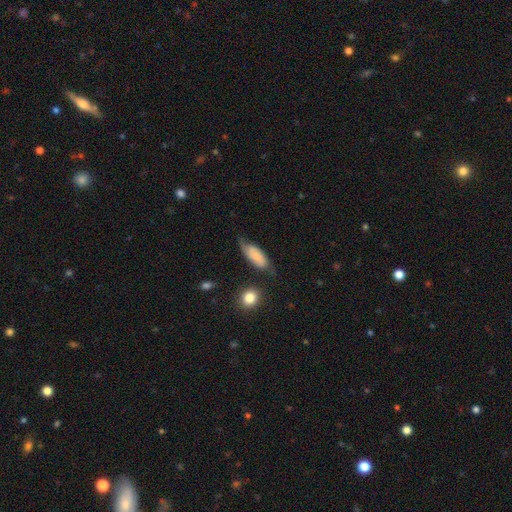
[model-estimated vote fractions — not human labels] smooth 66%, featured or disk 27%, star or artifact 8%. Down the decision tree: how rounded — in between (76%); merging — none (50%).